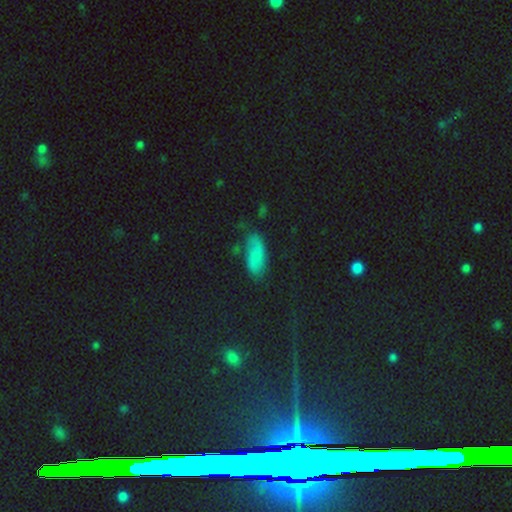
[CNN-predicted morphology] This appears to be a smooth galaxy with no disk features (67%) that is in between round and cigar-shaped (82%). Merging: none (56%).